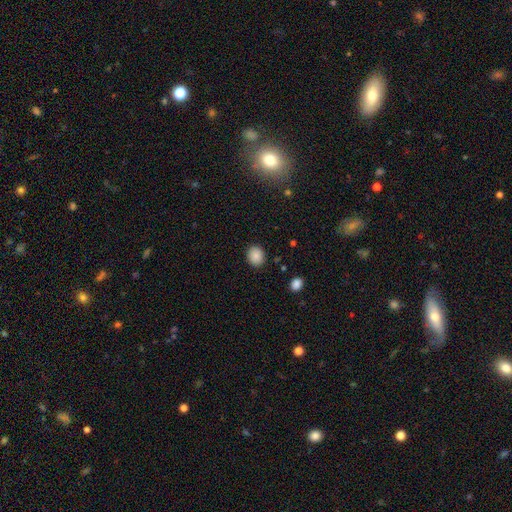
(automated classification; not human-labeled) The model was most divided on "how rounded": round: 65%, in between: 34%, cigar-shaped: 1%. More confident: merging — none (89%); smooth or featured — smooth (88%).